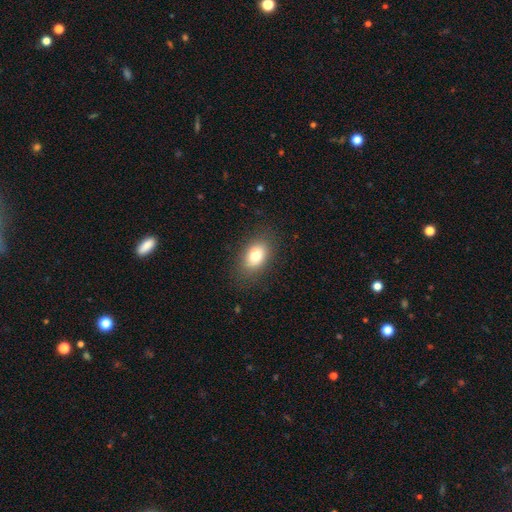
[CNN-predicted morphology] A smooth galaxy with no disk features (78%) that is in between round and cigar-shaped (84%). Merging: none (81%).